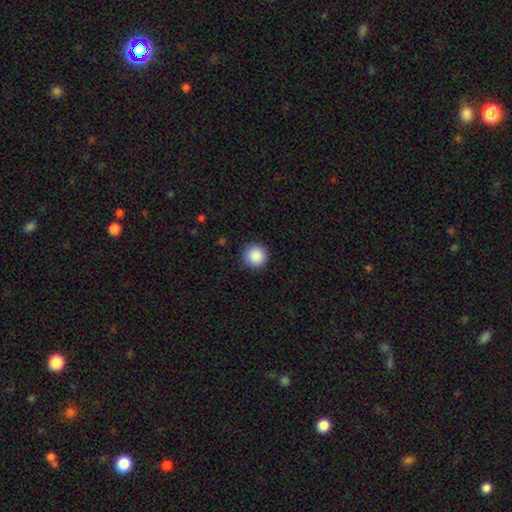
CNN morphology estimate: The model was most divided on "smooth or featured": smooth: 89%, star or artifact: 9%, featured or disk: 3%. More confident: how rounded — round (95%); merging — none (90%).